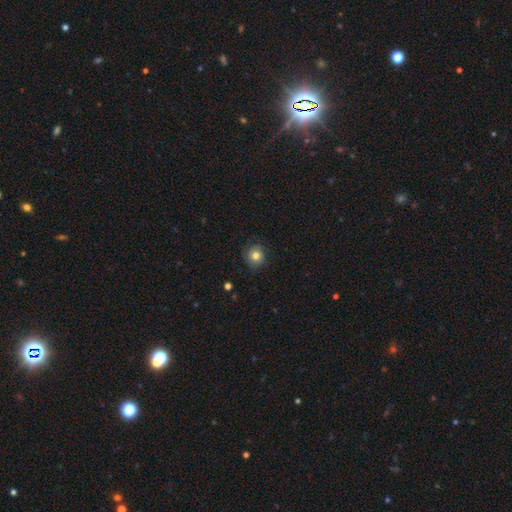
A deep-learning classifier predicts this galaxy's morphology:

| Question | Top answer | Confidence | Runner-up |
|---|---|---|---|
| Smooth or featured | smooth | 77% | featured or disk (12%) |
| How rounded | round | 88% | in between (11%) |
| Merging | none | 82% | minor disturbance (14%) |